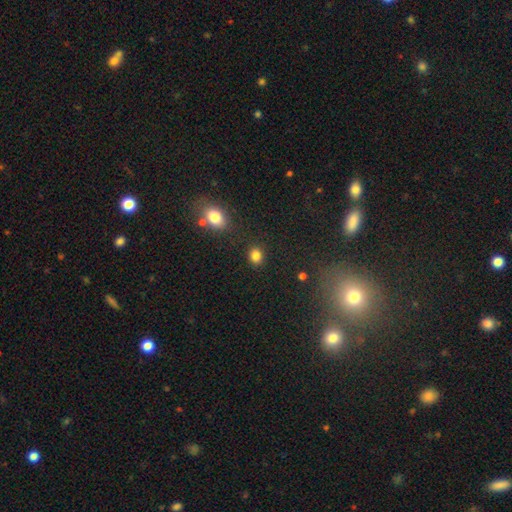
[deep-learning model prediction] This is clearly a smooth galaxy (84%). How rounded: possibly round (59%). Merging: clearly none (86%).